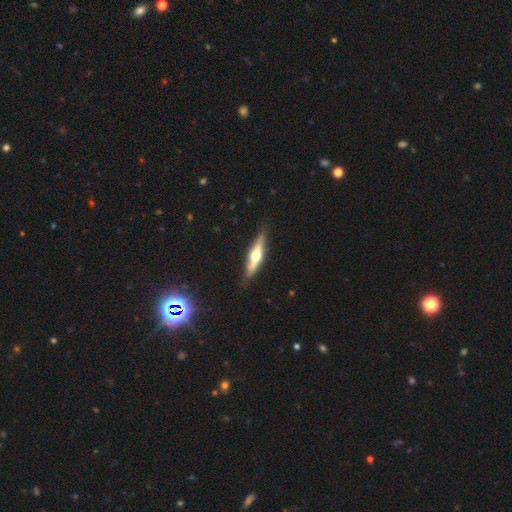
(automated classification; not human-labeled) featured or disk 62%, smooth 32%, star or artifact 5%. Down the decision tree: edge-on disk — yes (95%); edge-on bulge — rounded (92%); merging — none (86%).